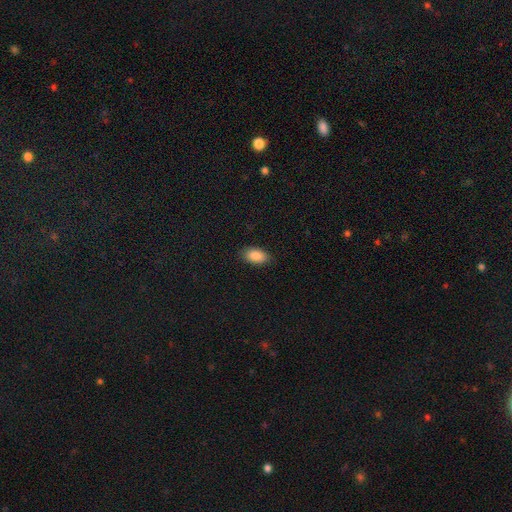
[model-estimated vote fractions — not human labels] smooth 89%, star or artifact 7%, featured or disk 4%. Down the decision tree: how rounded — in between (92%); merging — none (87%).